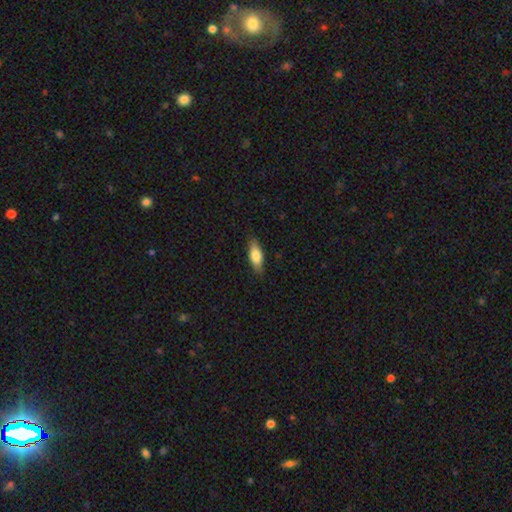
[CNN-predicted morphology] Smooth or featured? Predicted: smooth (p=0.75). How rounded? Predicted: in between (p=0.67). Merging? Predicted: none (p=0.86).